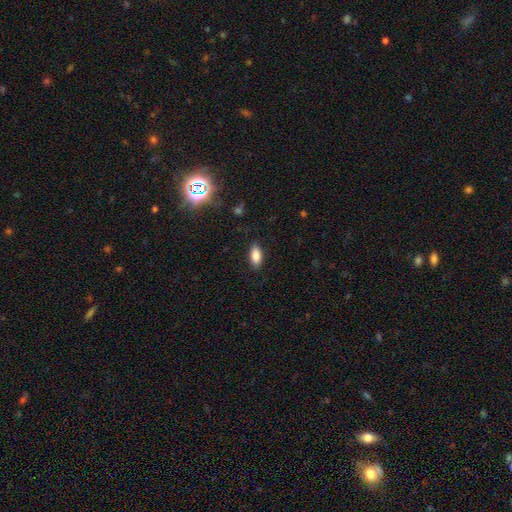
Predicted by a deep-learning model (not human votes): smooth 85%, star or artifact 9%, featured or disk 6%. Down the decision tree: how rounded — in between (86%); merging — none (87%).